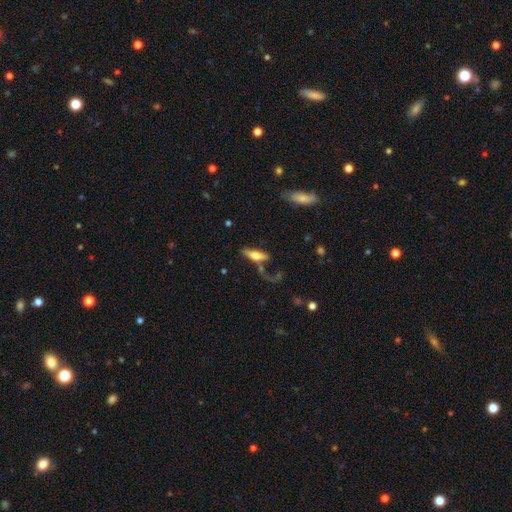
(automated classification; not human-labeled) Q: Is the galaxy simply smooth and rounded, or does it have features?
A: smooth — 52%.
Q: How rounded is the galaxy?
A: in between — 52%.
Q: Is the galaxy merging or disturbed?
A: none — 46%.